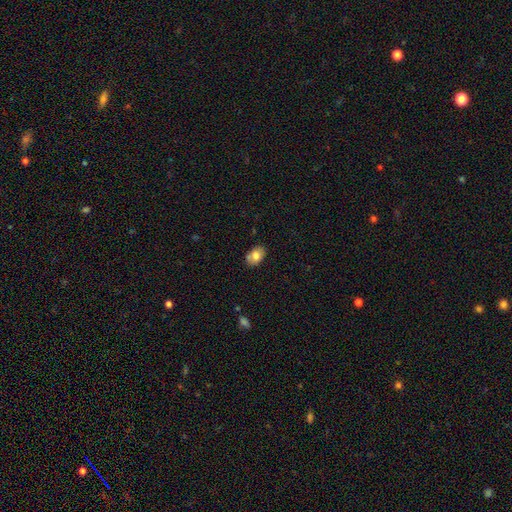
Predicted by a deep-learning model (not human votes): Smooth or featured: smooth — 76% (featured or disk — 16%)
How rounded: in between — 86% (round — 13%)
Merging: none — 75% (minor disturbance — 16%)